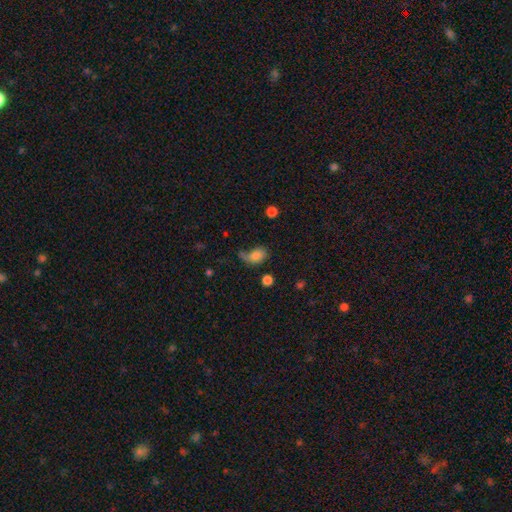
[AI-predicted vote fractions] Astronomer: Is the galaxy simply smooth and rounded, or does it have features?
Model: smooth — 74%.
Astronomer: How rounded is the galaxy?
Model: in between — 78%.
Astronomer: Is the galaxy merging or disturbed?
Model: none — 33% (runner-up: major disturbance, 30%).